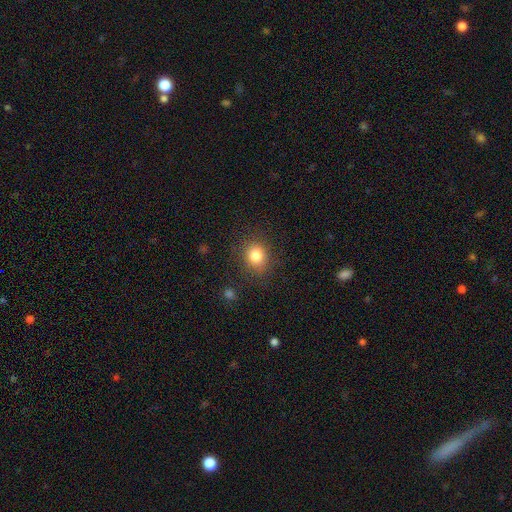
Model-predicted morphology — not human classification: The model was most divided on "how rounded": round: 70%, in between: 29%, cigar-shaped: 1%. More confident: merging — none (84%); smooth or featured — smooth (82%).